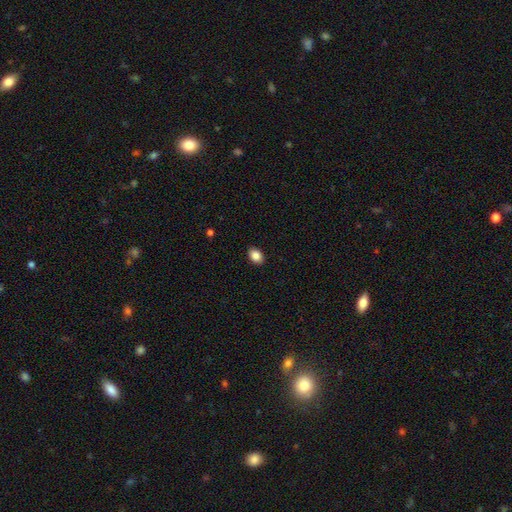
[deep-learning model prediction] Smooth or featured? smooth (87%)
How rounded? in between (77%)
Merging? none (90%)